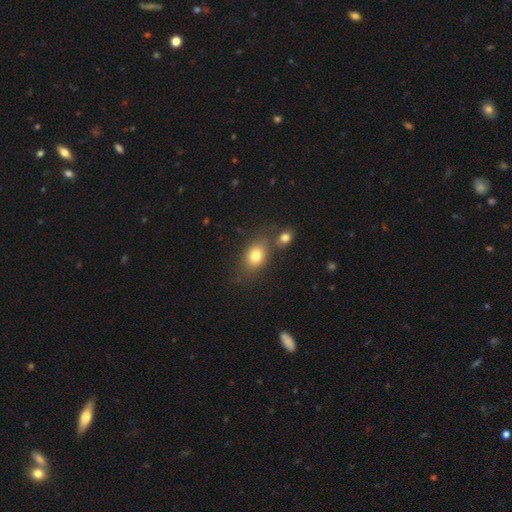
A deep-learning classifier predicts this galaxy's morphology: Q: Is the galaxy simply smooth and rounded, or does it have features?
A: smooth — 77%.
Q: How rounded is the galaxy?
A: in between — 62%.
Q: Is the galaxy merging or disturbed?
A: none — 63%.